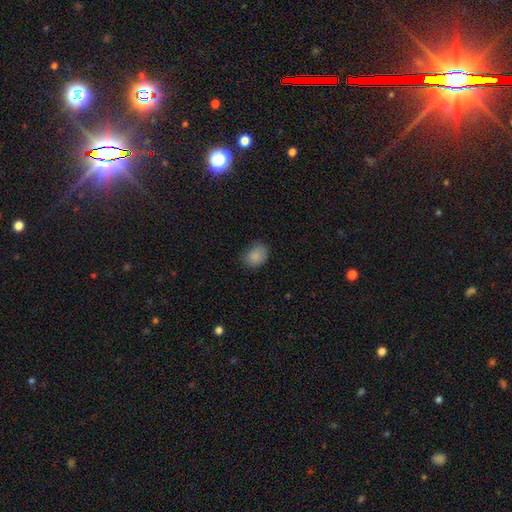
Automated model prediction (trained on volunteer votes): Smooth or featured?
  - smooth: 86% *
  - star or artifact: 9%
  - featured or disk: 5%
How rounded?
  - in between: 63% *
  - round: 36%
  - cigar-shaped: 1%
Merging?
  - none: 74% *
  - minor disturbance: 21%
  - major disturbance: 4%
  - merger: 1%